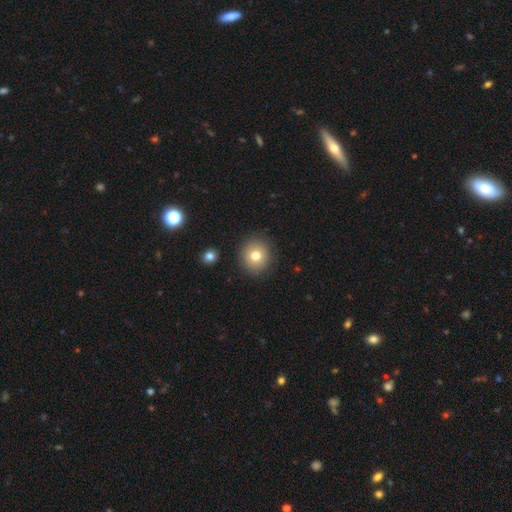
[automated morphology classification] Smooth or featured? smooth (76%)
How rounded? round (87%)
Merging? none (89%)